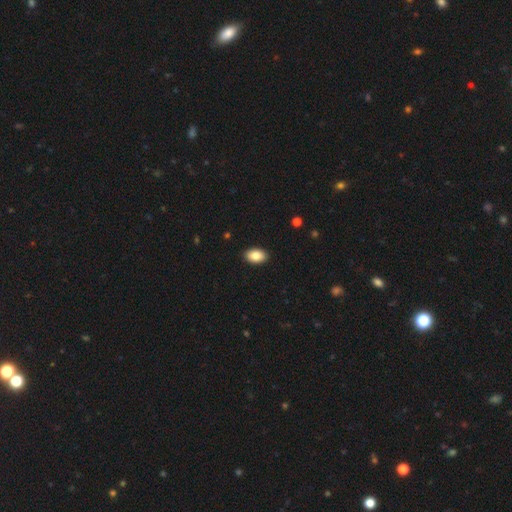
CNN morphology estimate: Smooth or featured?
  - smooth: 85% *
  - star or artifact: 7%
  - featured or disk: 7%
How rounded?
  - in between: 91% *
  - round: 8%
  - cigar-shaped: 1%
Merging?
  - none: 91% *
  - minor disturbance: 7%
  - major disturbance: 2%
  - merger: 1%